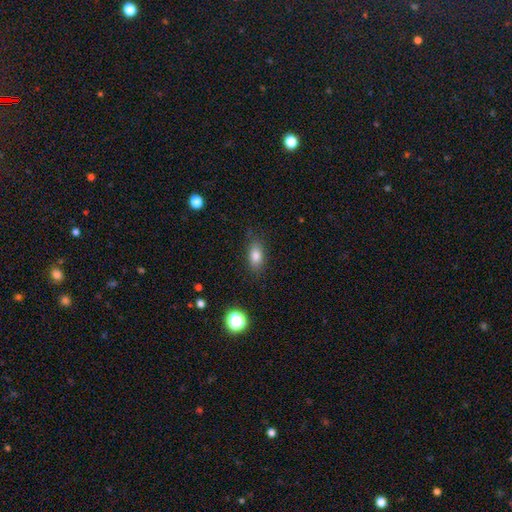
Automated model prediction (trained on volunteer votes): Smooth or featured? smooth (82%)
How rounded? in between (85%)
Merging? none (82%)